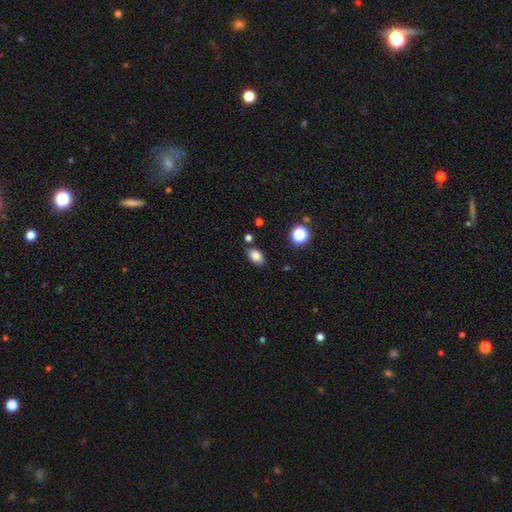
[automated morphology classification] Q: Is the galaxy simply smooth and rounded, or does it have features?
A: smooth — 82%.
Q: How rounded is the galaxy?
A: in between — 87%.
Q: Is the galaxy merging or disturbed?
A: none — 82%.